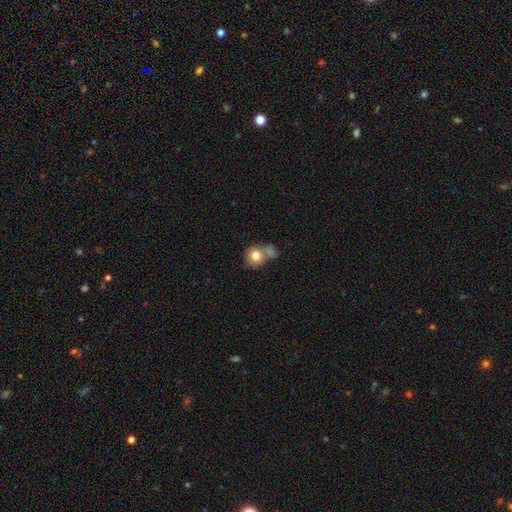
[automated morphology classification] Overall: smooth (77%). How rounded: round (78%). Merging: merger (40%, tied with none).